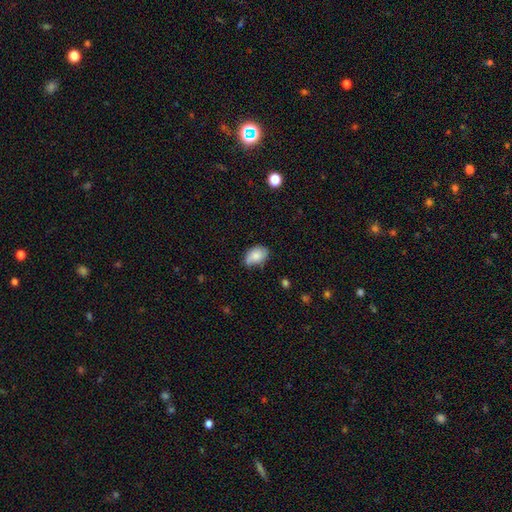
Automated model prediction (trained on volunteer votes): A smooth galaxy with no disk features (78%) that is in between round and cigar-shaped (85%).

Vote fractions:
- Smooth or featured? smooth: 78% / featured or disk: 14% / star or artifact: 8%
- How rounded? in between: 85% / round: 14% / cigar-shaped: 1%
- Merging? none: 58% / minor disturbance: 33% / major disturbance: 6% / merger: 3%